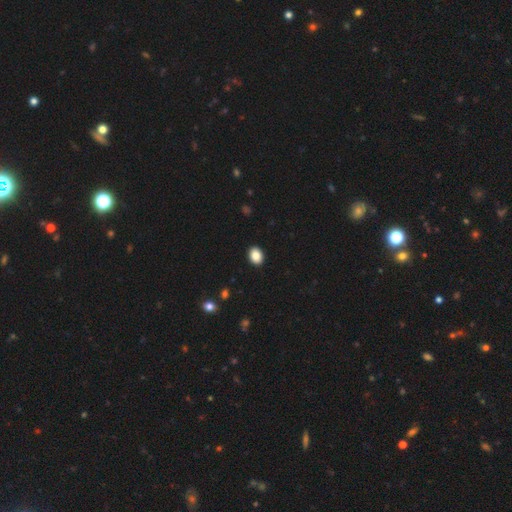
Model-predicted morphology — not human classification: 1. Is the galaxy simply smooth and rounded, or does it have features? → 87% smooth, 8% star or artifact, 5% featured or disk.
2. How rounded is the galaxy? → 69% in between, 30% round, 1% cigar-shaped.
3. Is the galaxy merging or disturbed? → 92% none, 6% minor disturbance, 2% major disturbance, 1% merger.